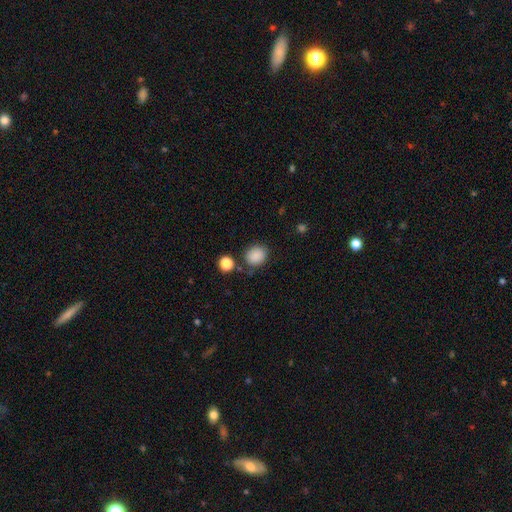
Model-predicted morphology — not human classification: Smooth or featured?
  - smooth: 87% *
  - star or artifact: 9%
  - featured or disk: 4%
How rounded?
  - round: 66% *
  - in between: 33%
  - cigar-shaped: 1%
Merging?
  - none: 78% *
  - minor disturbance: 13%
  - merger: 5%
  - major disturbance: 4%